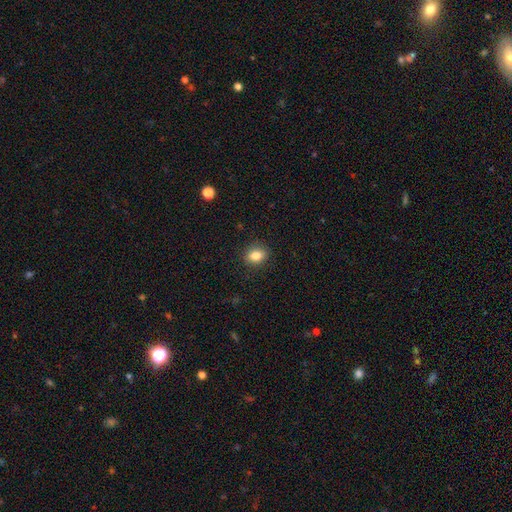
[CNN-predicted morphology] Q: Smooth or featured?
A: smooth (83%); runner-up: star or artifact (10%)
Q: How rounded?
A: in between (57%); runner-up: round (42%)
Q: Merging?
A: none (88%); runner-up: minor disturbance (9%)